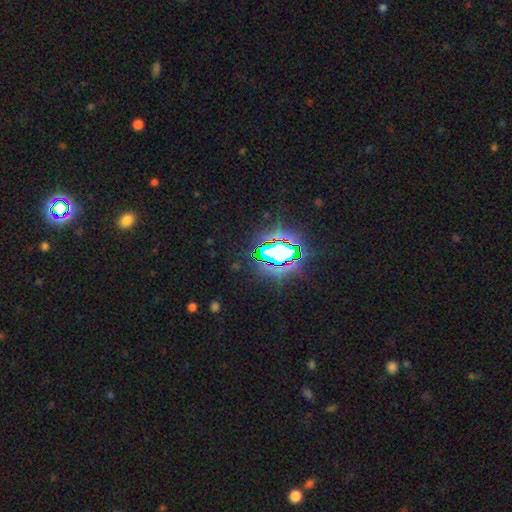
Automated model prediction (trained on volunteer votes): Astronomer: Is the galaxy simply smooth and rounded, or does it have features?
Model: star or artifact — 82%.